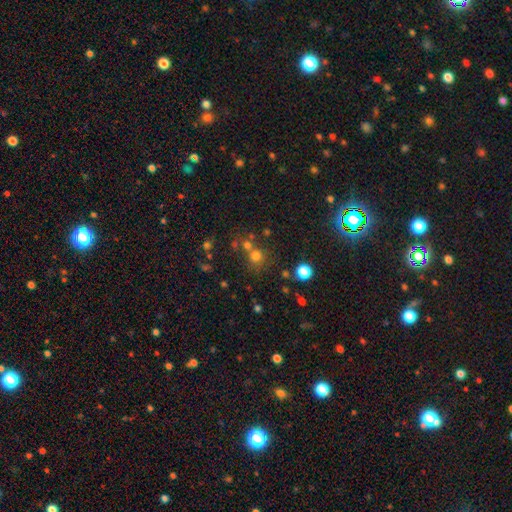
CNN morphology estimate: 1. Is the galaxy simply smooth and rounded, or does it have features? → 70% smooth, 22% star or artifact, 8% featured or disk.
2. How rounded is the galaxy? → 89% round, 10% in between, 1% cigar-shaped.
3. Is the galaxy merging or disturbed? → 62% none, 26% merger, 8% minor disturbance, 4% major disturbance.